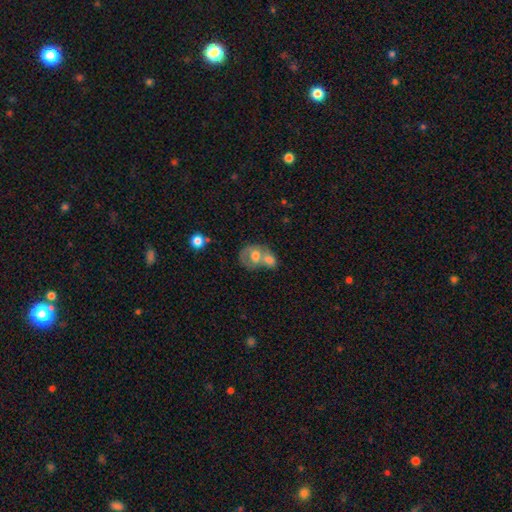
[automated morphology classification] The model was most divided on "how rounded": round: 54%, in between: 45%, cigar-shaped: 1%. More confident: merging — merger (67%); smooth or featured — smooth (56%).